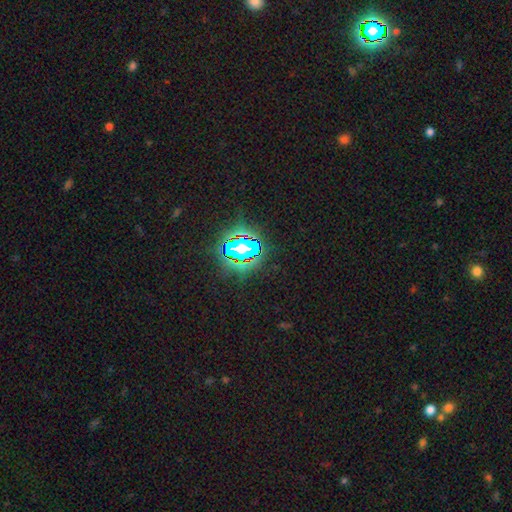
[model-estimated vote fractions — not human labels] This appears to be a star or artifact, not a galaxy (80%).